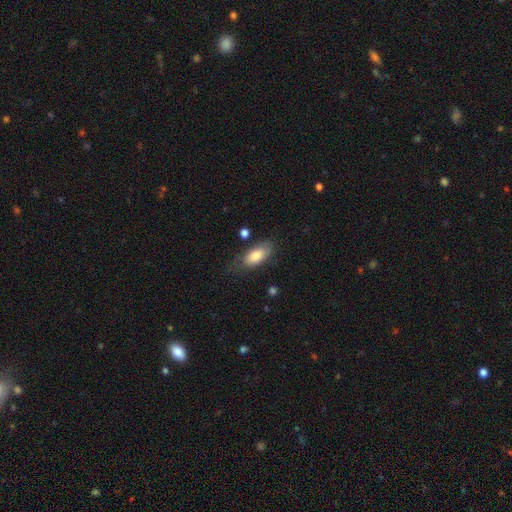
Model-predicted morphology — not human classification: This is likely a smooth galaxy (78%). How rounded: clearly in between (89%). Merging: likely none (60%).